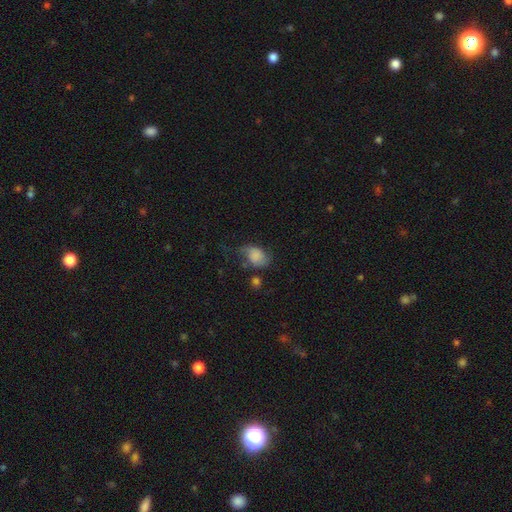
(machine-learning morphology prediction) Smooth or featured: smooth — 62% (featured or disk — 27%)
How rounded: in between — 72% (round — 27%)
Merging: none — 39% (minor disturbance — 31%)